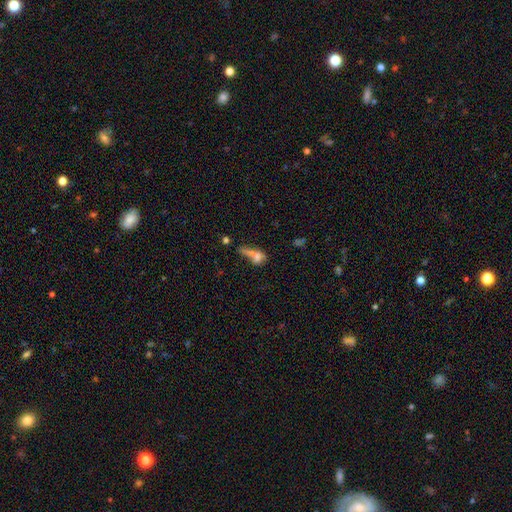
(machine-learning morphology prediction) Smooth or featured?
  - smooth: 59% *
  - featured or disk: 26%
  - star or artifact: 15%
How rounded?
  - in between: 53% *
  - cigar-shaped: 27%
  - round: 20%
Merging?
  - merger: 43% *
  - major disturbance: 22%
  - none: 22%
  - minor disturbance: 13%